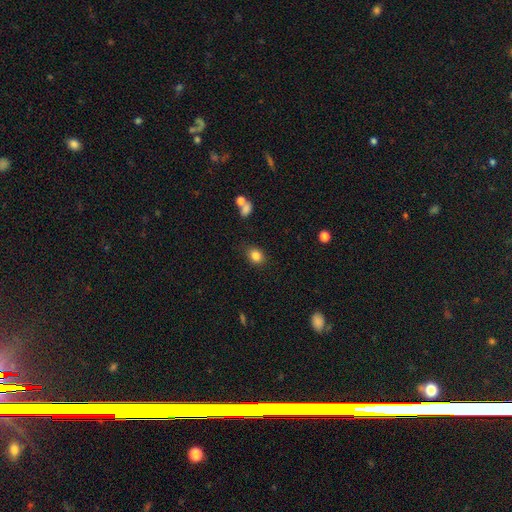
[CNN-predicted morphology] Smooth or featured: smooth — 83% (star or artifact — 10%)
How rounded: round — 51% (in between — 48%)
Merging: none — 83% (minor disturbance — 12%)